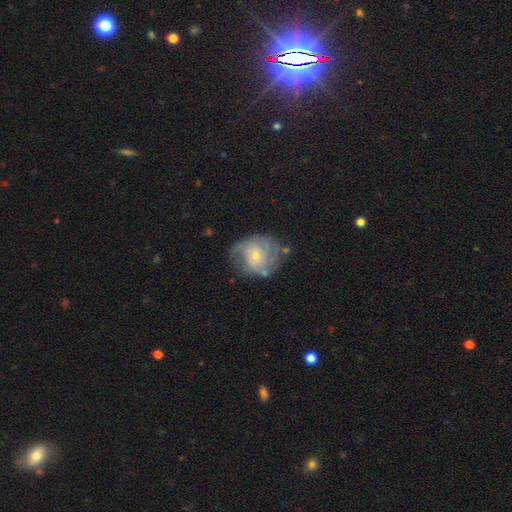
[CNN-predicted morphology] type=featured or disk (73%); edge-on=no (97%); bar=no (74%); spiral arms=yes (88%); winding=tight (48%); arm count=can't tell (33%, tied with 2); bulge=small (69%); merging=none (61%).